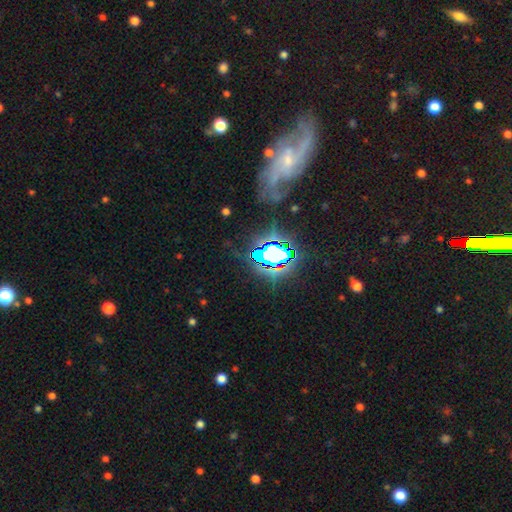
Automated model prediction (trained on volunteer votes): The model was most divided on "smooth or featured": star or artifact: 48%, featured or disk: 33%, smooth: 18%.